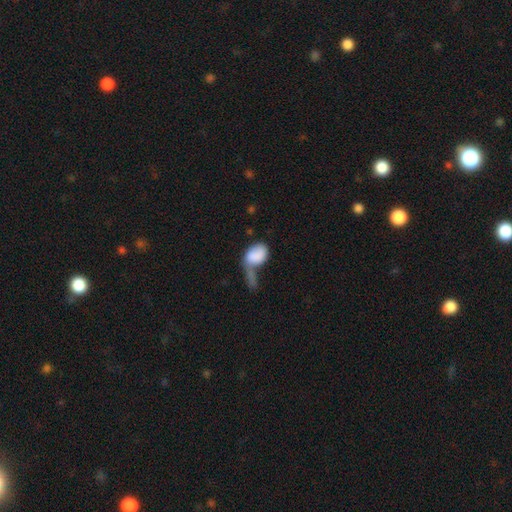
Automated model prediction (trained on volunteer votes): smooth-or-featured: smooth: 81% | featured or disk: 12% | star or artifact: 7%
  how-rounded: in between: 78% | round: 21% | cigar-shaped: 2%
  merging: merger: 37% | major disturbance: 29% | none: 19% | minor disturbance: 15%